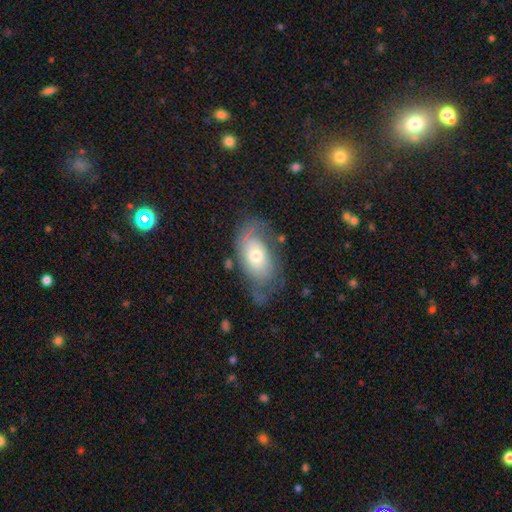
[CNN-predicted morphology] Overall: featured or disk (54%; smooth 38%). Edge-on disk: no (93%). Bar: no (79%). Spiral arms: yes (72%). Bulge size: moderate (62%; small 26%). Merging: none (51%; minor disturbance 27%).